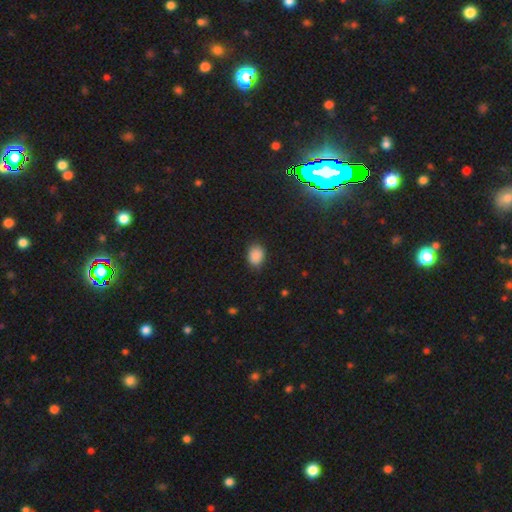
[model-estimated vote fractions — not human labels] Smooth or featured? Predicted: smooth (p=0.87). How rounded? Predicted: in between (p=0.68). Merging? Predicted: none (p=0.84).